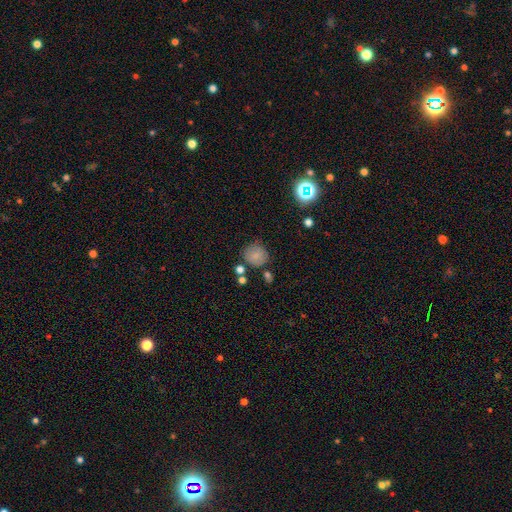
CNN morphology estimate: Smooth or featured: smooth — 79% (star or artifact — 12%)
How rounded: round — 89% (in between — 10%)
Merging: none — 75% (minor disturbance — 14%)